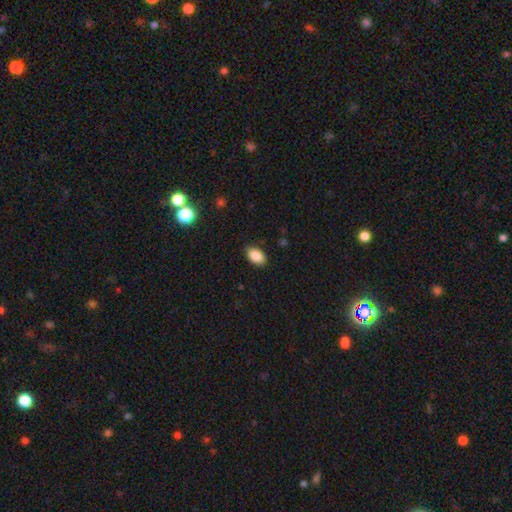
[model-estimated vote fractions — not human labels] Q: Smooth or featured?
A: smooth (88%); runner-up: star or artifact (8%)
Q: How rounded?
A: in between (92%); runner-up: round (6%)
Q: Merging?
A: none (86%); runner-up: minor disturbance (10%)